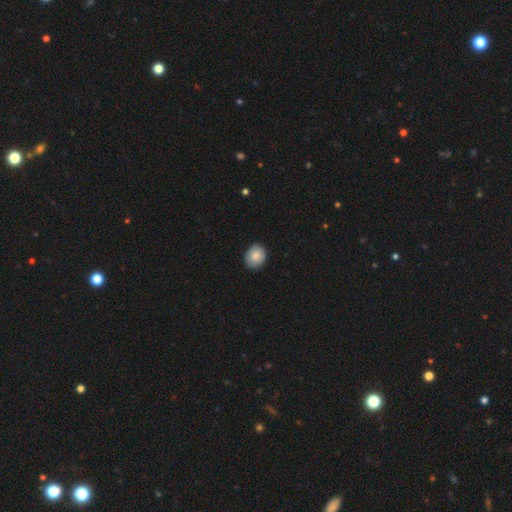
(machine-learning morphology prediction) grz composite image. It shows a smooth galaxy with no disk features (84%) that is round (52%). Merging: none (86%).